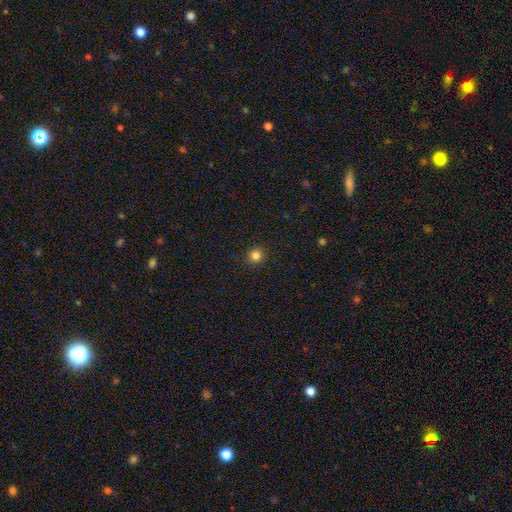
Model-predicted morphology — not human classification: smooth 83%, star or artifact 13%, featured or disk 4%. Down the decision tree: how rounded — round (93%); merging — none (92%).